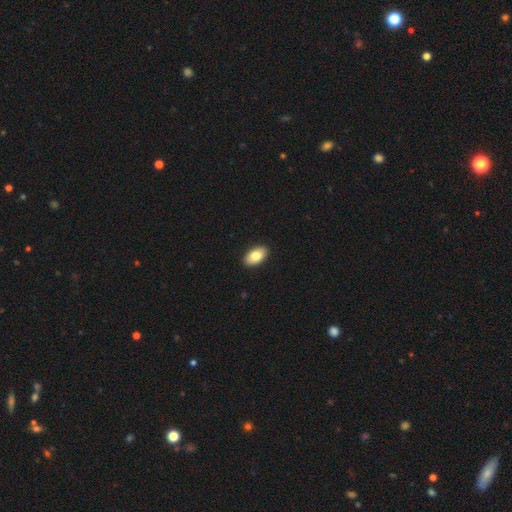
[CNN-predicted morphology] Smooth or featured?
  - smooth: 81% *
  - featured or disk: 12%
  - star or artifact: 7%
How rounded?
  - in between: 94% *
  - round: 5%
  - cigar-shaped: 2%
Merging?
  - none: 91% *
  - minor disturbance: 7%
  - major disturbance: 2%
  - merger: 1%